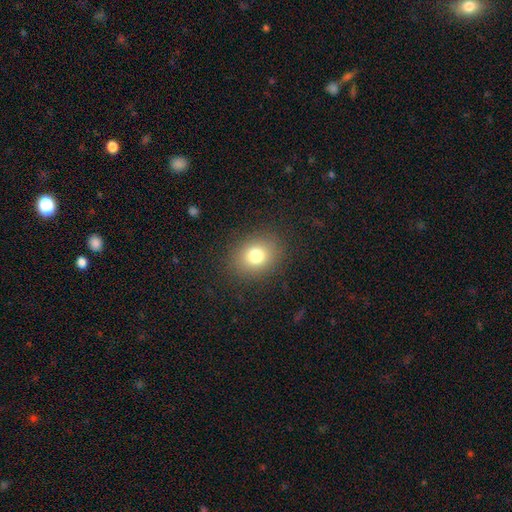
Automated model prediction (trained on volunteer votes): This is likely a smooth galaxy (78%). How rounded: possibly round (55%). Merging: clearly none (87%).